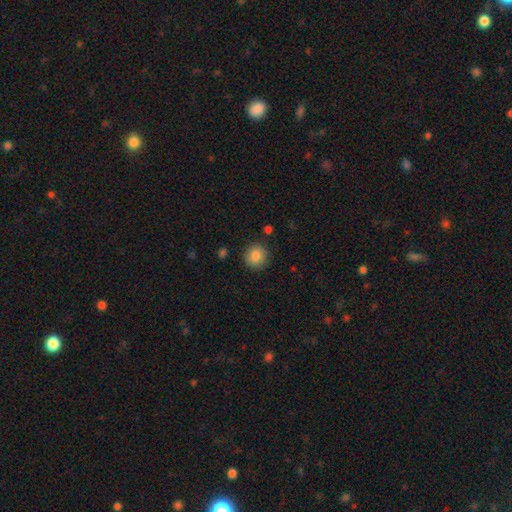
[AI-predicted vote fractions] Smooth or featured: smooth — 86% (star or artifact — 9%)
How rounded: round — 90% (in between — 9%)
Merging: none — 89% (minor disturbance — 7%)